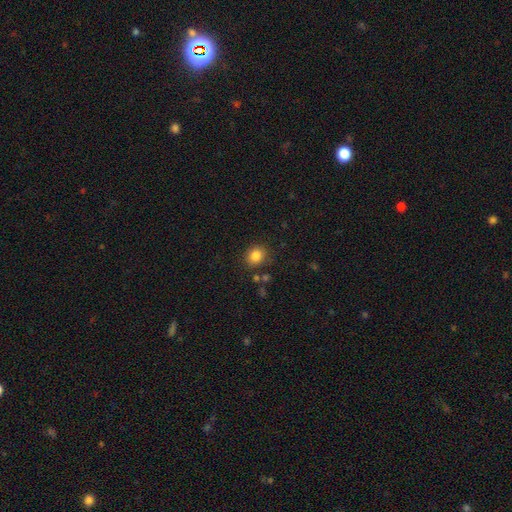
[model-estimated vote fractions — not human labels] The model was most divided on "how rounded": round: 73%, in between: 26%, cigar-shaped: 1%. More confident: smooth or featured — smooth (84%); merging — none (82%).